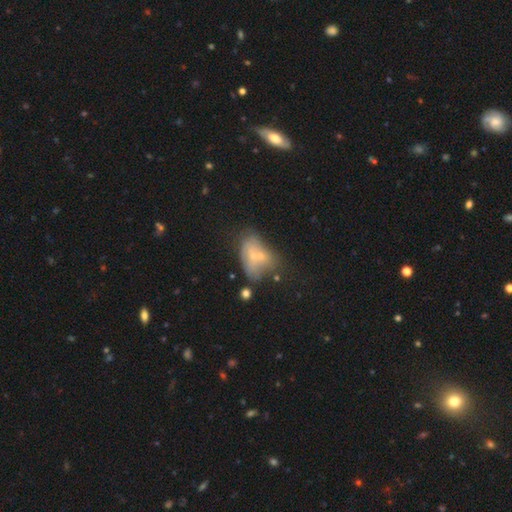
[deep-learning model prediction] A smooth galaxy with no disk features (51%) that is in between round and cigar-shaped (81%).

Vote fractions:
- Smooth or featured? smooth: 51% / featured or disk: 33% / star or artifact: 15%
- How rounded? in between: 81% / round: 15% / cigar-shaped: 3%
- Merging? merger: 36% / none: 27% / minor disturbance: 19% / major disturbance: 17%